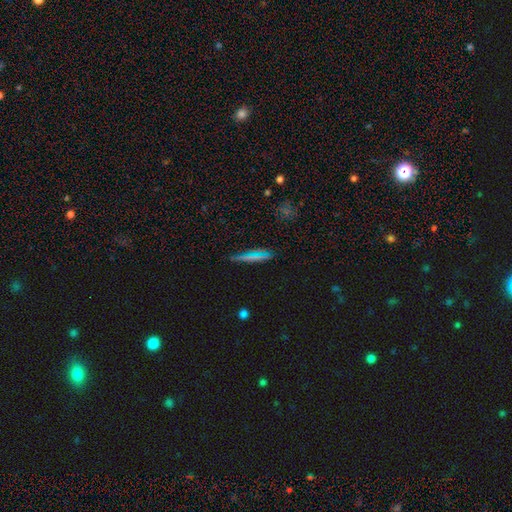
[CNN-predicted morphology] Smooth or featured? smooth (54%)
How rounded? cigar-shaped (86%)
Merging? none (76%)